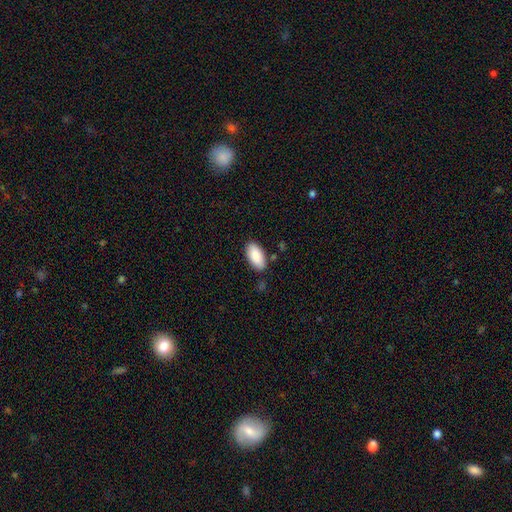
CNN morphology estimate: This is clearly a smooth galaxy (89%). How rounded: clearly in between (94%). Merging: clearly none (84%).